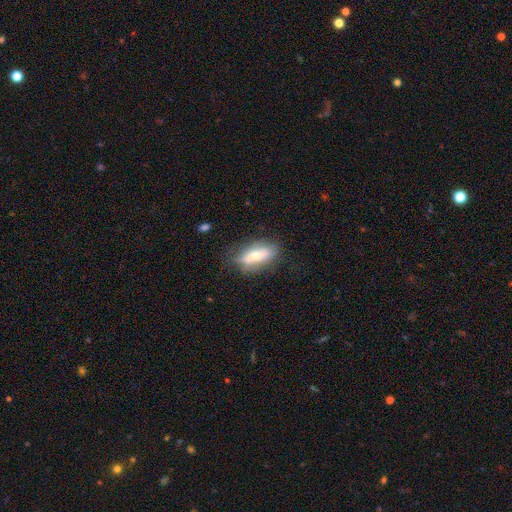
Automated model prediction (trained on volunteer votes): A smooth galaxy with no disk features (61%) that is in between round and cigar-shaped (68%). Merging: none (69%).